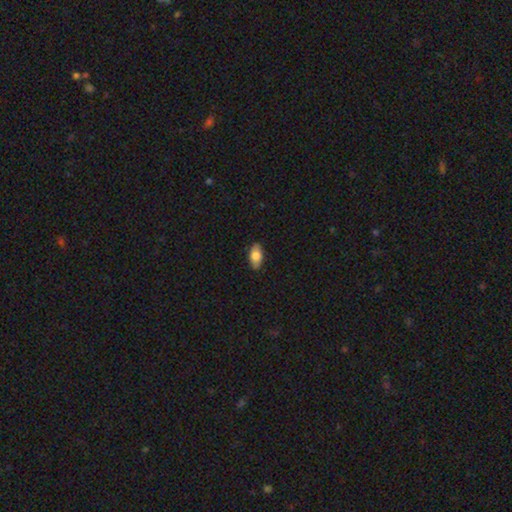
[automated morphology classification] This appears to be a smooth galaxy with no disk features (80%) that is in between round and cigar-shaped (92%). Merging: none (86%).